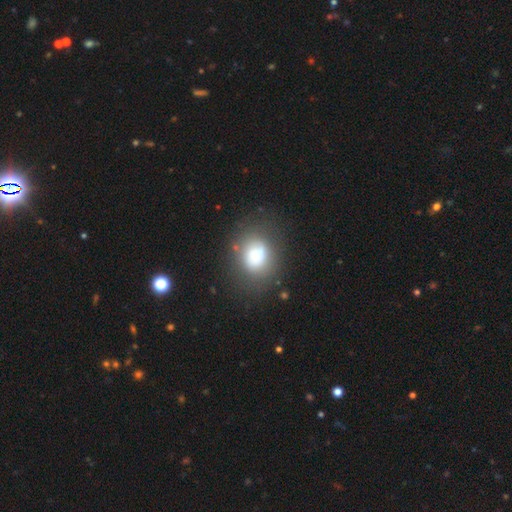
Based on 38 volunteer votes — Smooth or featured? smooth (76%)
How rounded? round (69%)
Merging? none (65%)